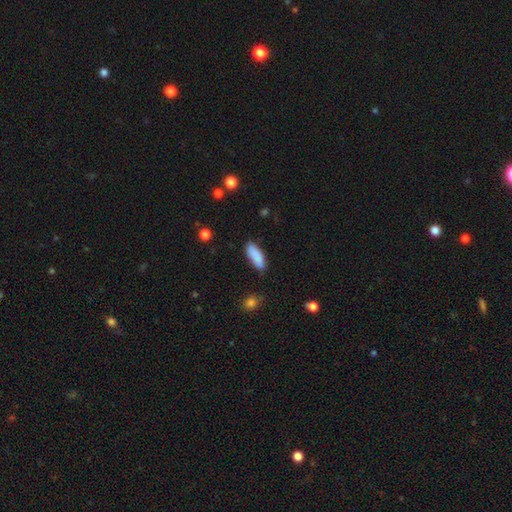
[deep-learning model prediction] Q: Smooth or featured?
A: smooth (89%); runner-up: star or artifact (6%)
Q: How rounded?
A: in between (67%); runner-up: cigar-shaped (31%)
Q: Merging?
A: none (82%); runner-up: minor disturbance (13%)